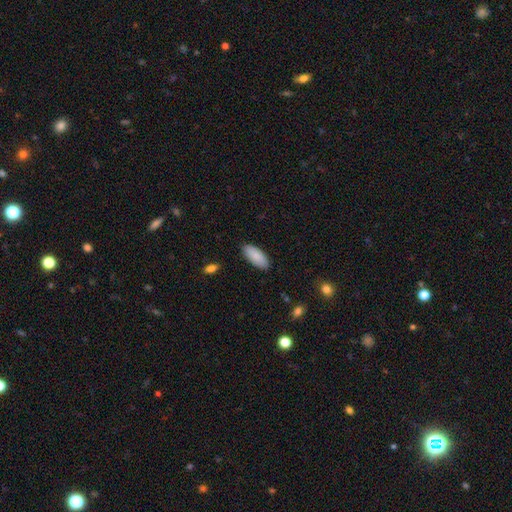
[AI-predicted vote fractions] Q: Smooth or featured?
A: smooth (88%); runner-up: featured or disk (6%)
Q: How rounded?
A: in between (86%); runner-up: cigar-shaped (12%)
Q: Merging?
A: none (87%); runner-up: minor disturbance (10%)